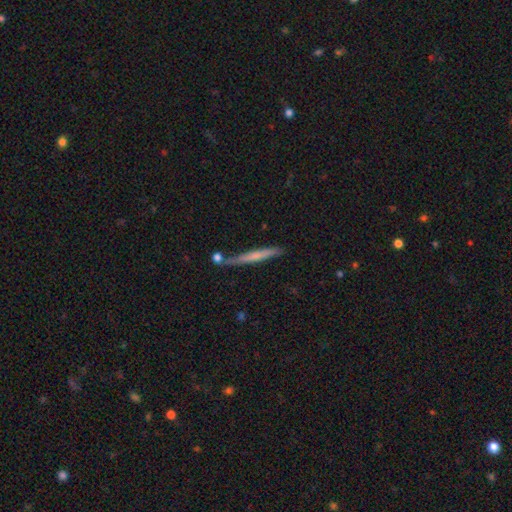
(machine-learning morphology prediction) Smooth or featured? Predicted: smooth (p=0.50). How rounded? Predicted: cigar-shaped (p=0.95). Merging? Predicted: none (p=0.73).